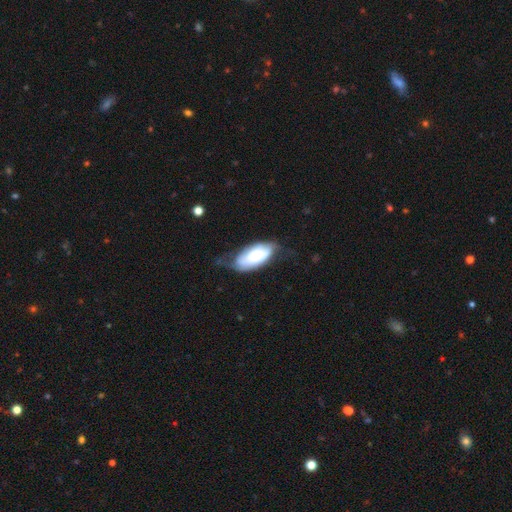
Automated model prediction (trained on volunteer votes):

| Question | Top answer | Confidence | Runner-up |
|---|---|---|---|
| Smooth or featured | smooth | 51% | featured or disk (43%) |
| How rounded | in between | 92% | cigar-shaped (6%) |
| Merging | none | 45% | minor disturbance (36%) |